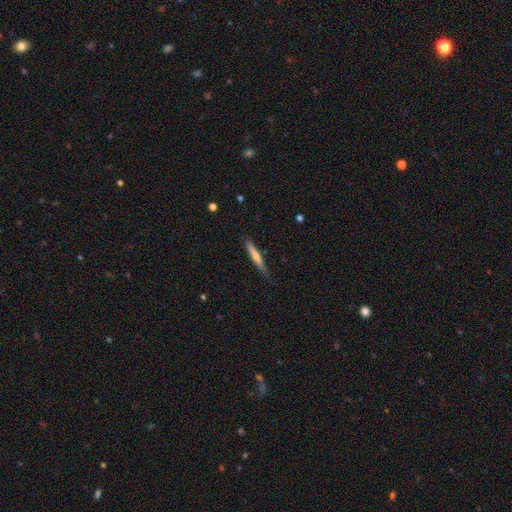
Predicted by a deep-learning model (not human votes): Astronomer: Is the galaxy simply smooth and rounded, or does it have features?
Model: smooth — 49% (runner-up: featured or disk, 45%).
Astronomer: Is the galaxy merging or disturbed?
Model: none — 81%.